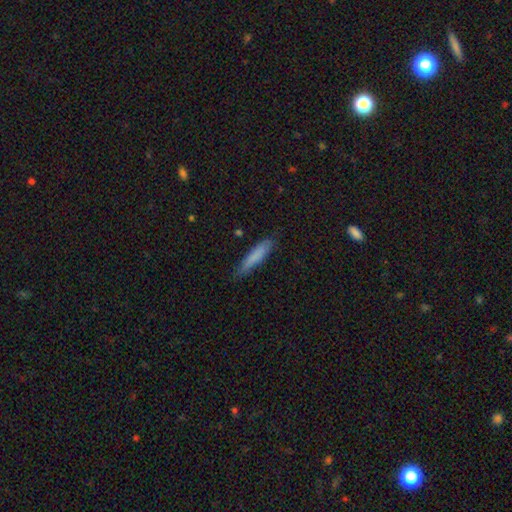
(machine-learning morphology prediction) Smooth or featured? Predicted: smooth (p=0.80). How rounded? Predicted: cigar-shaped (p=0.87). Merging? Predicted: none (p=0.79).